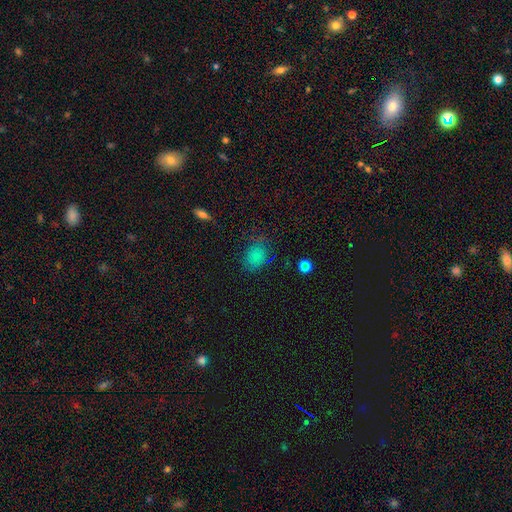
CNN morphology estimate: smooth 72%, star or artifact 19%, featured or disk 9%. Down the decision tree: how rounded — in between (53%); merging — none (68%).